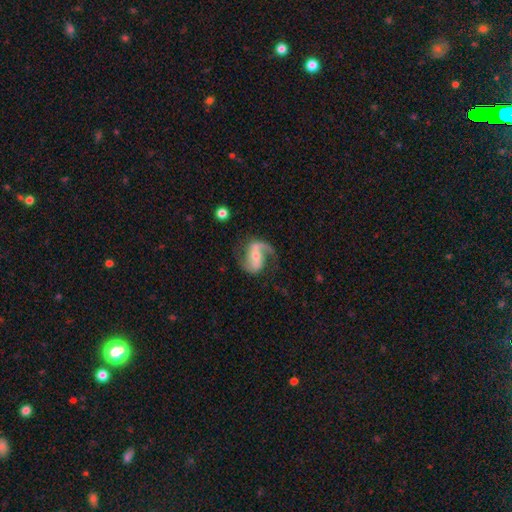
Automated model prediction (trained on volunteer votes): This appears to be a featured or disk galaxy (89%) with a strong bar (42%), 2 (84%) loose (48%) spiral arms (97%) and a small central bulge (50%). Merging: none (71%).